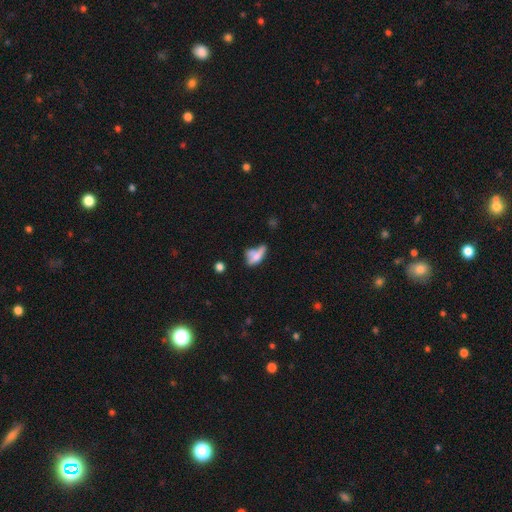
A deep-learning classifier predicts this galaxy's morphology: Smooth or featured: smooth — 56% (featured or disk — 33%)
How rounded: in between — 65% (cigar-shaped — 28%)
Merging: none — 32% (merger — 31%)